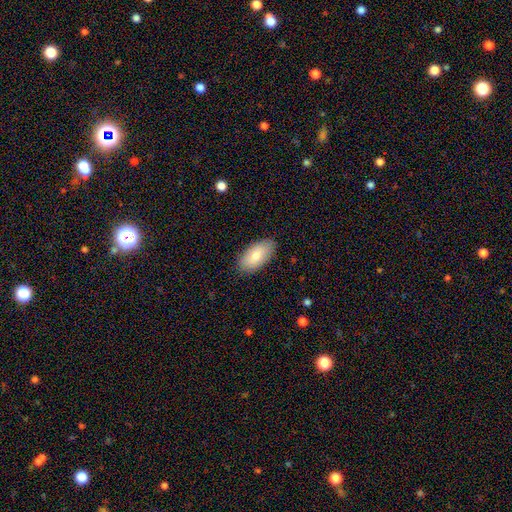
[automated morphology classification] smooth-or-featured: smooth: 77% | featured or disk: 16% | star or artifact: 6%
  how-rounded: in between: 94% | cigar-shaped: 3% | round: 3%
  merging: none: 86% | minor disturbance: 10% | major disturbance: 2% | merger: 1%